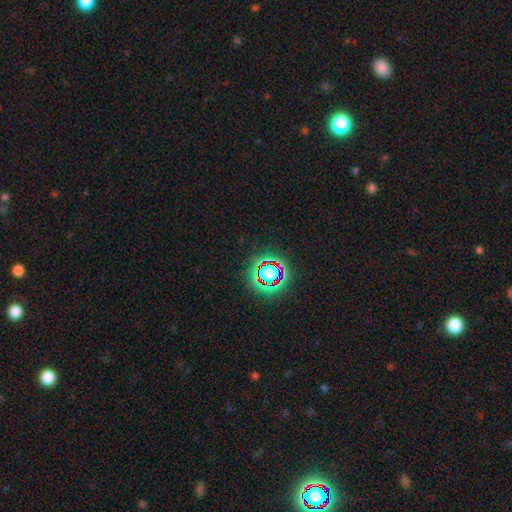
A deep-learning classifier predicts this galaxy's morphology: Overall: star or artifact (76%).